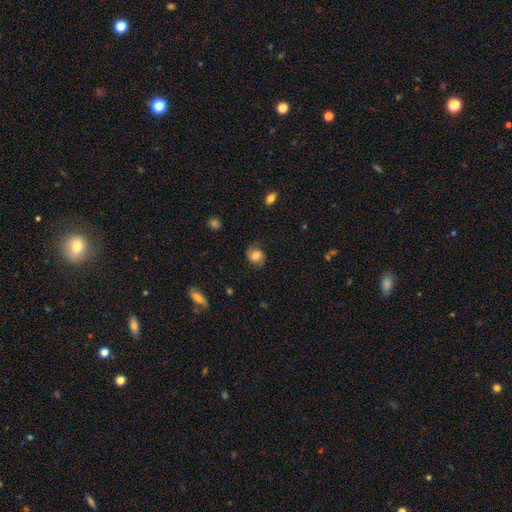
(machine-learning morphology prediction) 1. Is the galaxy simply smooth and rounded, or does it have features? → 68% smooth, 23% featured or disk, 9% star or artifact.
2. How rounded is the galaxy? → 68% round, 31% in between, 1% cigar-shaped.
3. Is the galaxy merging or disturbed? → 76% none, 17% minor disturbance, 6% major disturbance, 1% merger.